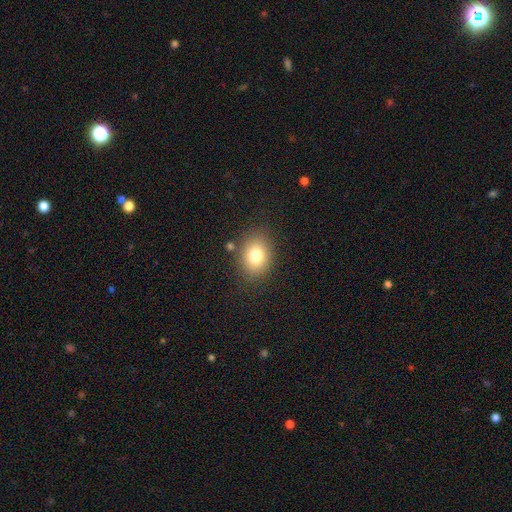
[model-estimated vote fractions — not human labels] smooth_or_featured: smooth (p=0.79) [alt: star or artifact p=0.11]
how_rounded: in between (p=0.59) [alt: round p=0.40]
merging: none (p=0.83) [alt: minor disturbance p=0.10]